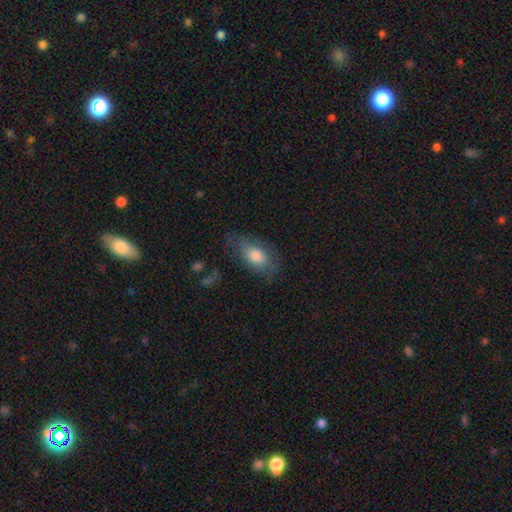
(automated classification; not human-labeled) smooth_or_featured: smooth (p=0.72) [alt: featured or disk p=0.21]
how_rounded: in between (p=0.88) [alt: round p=0.08]
merging: none (p=0.64) [alt: minor disturbance p=0.22]